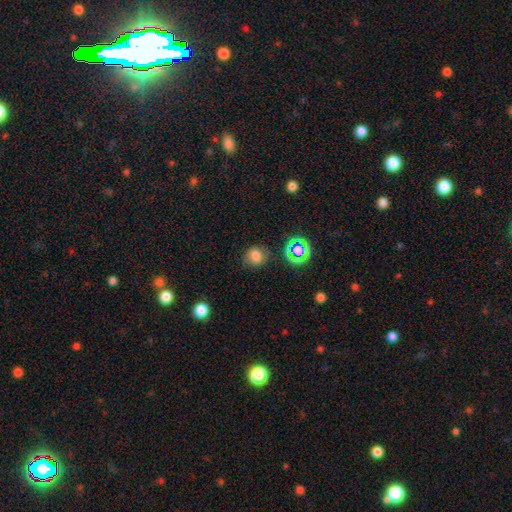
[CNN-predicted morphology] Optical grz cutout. It shows a smooth galaxy with no disk features (71%) that is round (72%). Merging: none (77%).